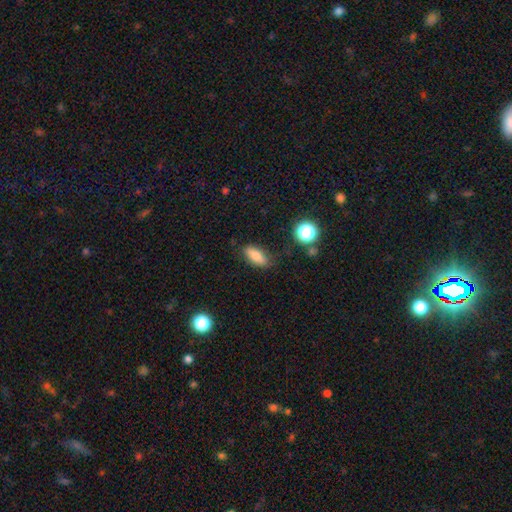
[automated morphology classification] type=smooth (80%); roundness=in between (80%); merging=none (79%).